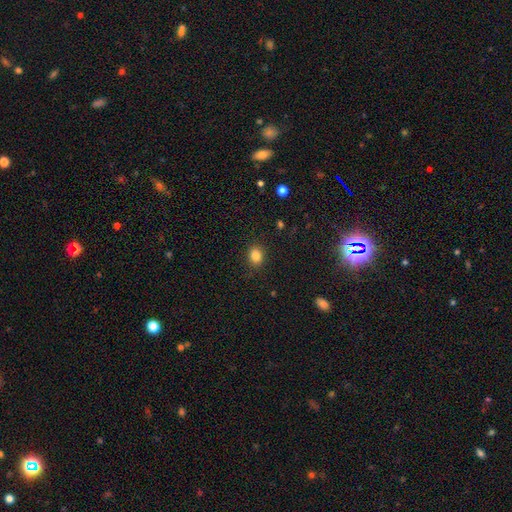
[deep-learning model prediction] The model was most divided on "how rounded": round: 52%, in between: 47%, cigar-shaped: 1%. More confident: merging — none (88%); smooth or featured — smooth (84%).